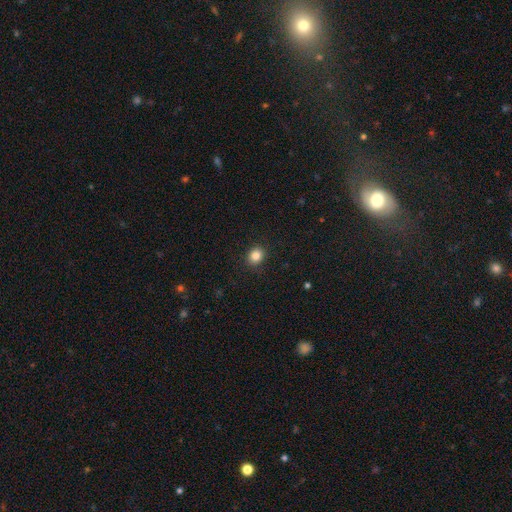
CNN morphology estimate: This appears to be a smooth galaxy with no disk features (85%) that is round (71%). Merging: none (90%).